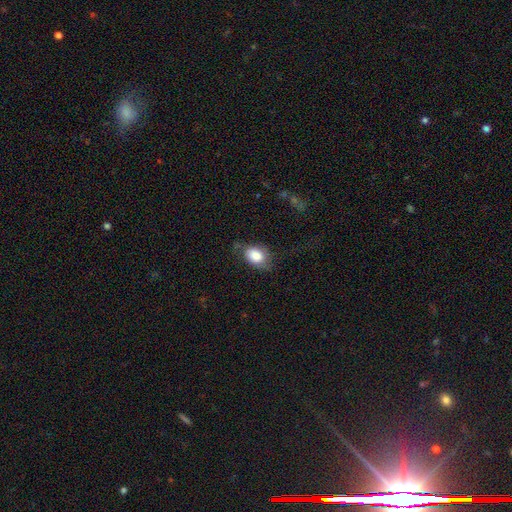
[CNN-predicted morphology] The model was most divided on "merging": none: 52%, minor disturbance: 31%, major disturbance: 15%, merger: 2%. More confident: how rounded — in between (83%); smooth or featured — smooth (80%).